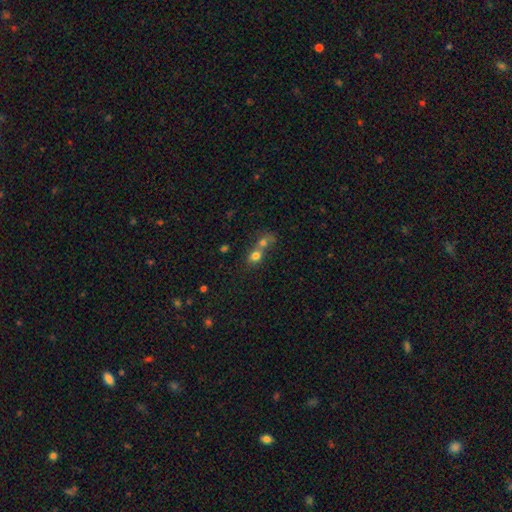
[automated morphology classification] Smooth or featured: smooth — 73% (featured or disk — 14%)
How rounded: round — 59% (in between — 39%)
Merging: merger — 69% (none — 22%)